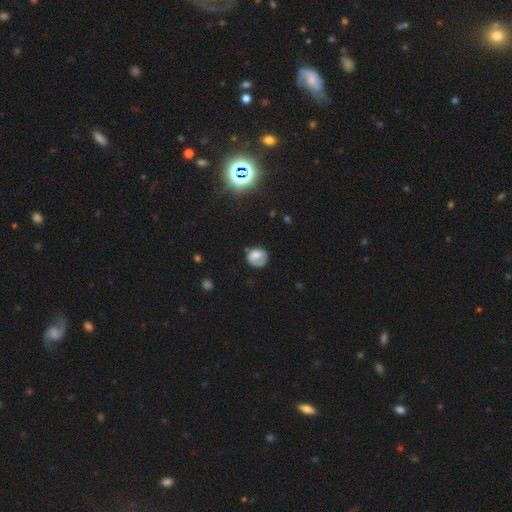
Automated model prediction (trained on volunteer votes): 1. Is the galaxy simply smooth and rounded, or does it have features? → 68% smooth, 23% featured or disk, 10% star or artifact.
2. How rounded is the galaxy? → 78% round, 21% in between, 1% cigar-shaped.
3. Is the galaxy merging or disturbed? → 58% none, 26% minor disturbance, 14% major disturbance, 3% merger.